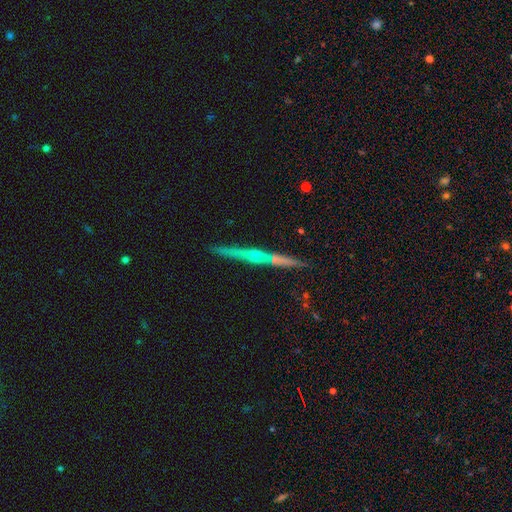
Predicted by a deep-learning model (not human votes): Smooth or featured? featured or disk (66%)
Edge-on disk? yes (97%)
Edge-on bulge? rounded (46%)
Merging? none (82%)